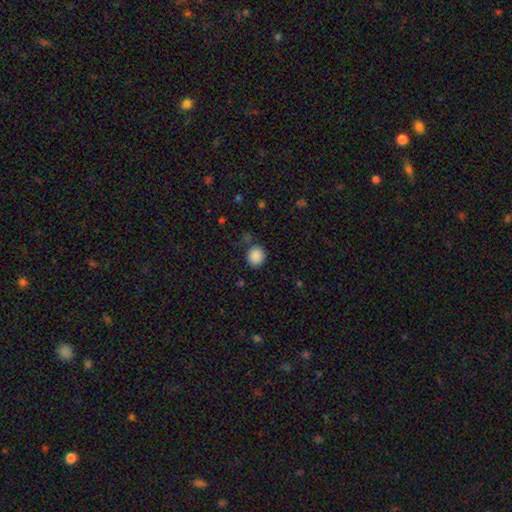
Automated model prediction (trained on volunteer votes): Overall: smooth (88%). How rounded: round (84%). Merging: none (81%).